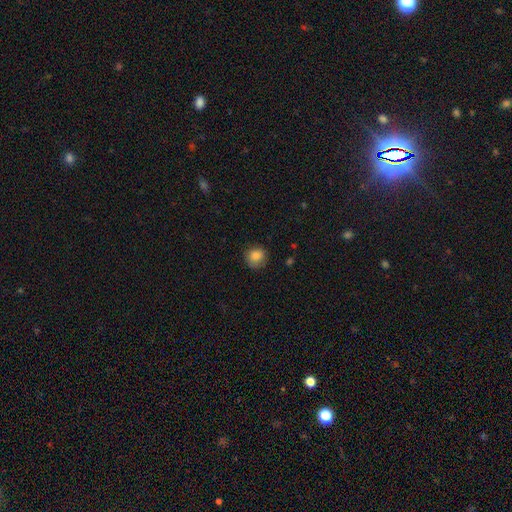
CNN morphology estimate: Smooth or featured?
  - smooth: 84% *
  - star or artifact: 10%
  - featured or disk: 7%
How rounded?
  - round: 88% *
  - in between: 11%
  - cigar-shaped: 1%
Merging?
  - none: 82% *
  - minor disturbance: 14%
  - major disturbance: 3%
  - merger: 1%